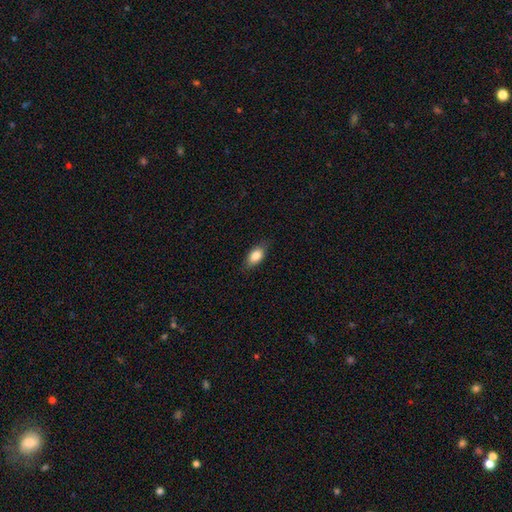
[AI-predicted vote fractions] Smooth or featured? smooth (83%)
How rounded? in between (86%)
Merging? none (81%)